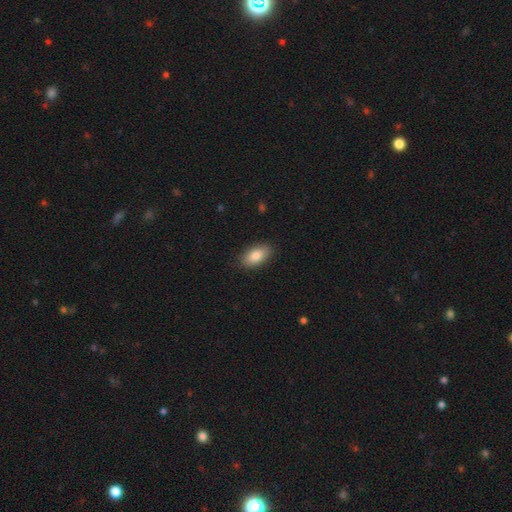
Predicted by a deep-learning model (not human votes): Morphology: type=smooth (85%); roundness=in between (92%); merging=none (87%).